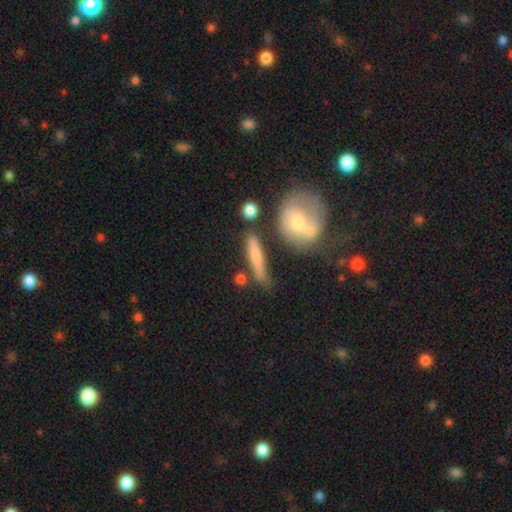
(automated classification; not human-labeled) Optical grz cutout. It shows a smooth galaxy with no disk features (62%) that is cigar-shaped (80%). Merging: none (67%).